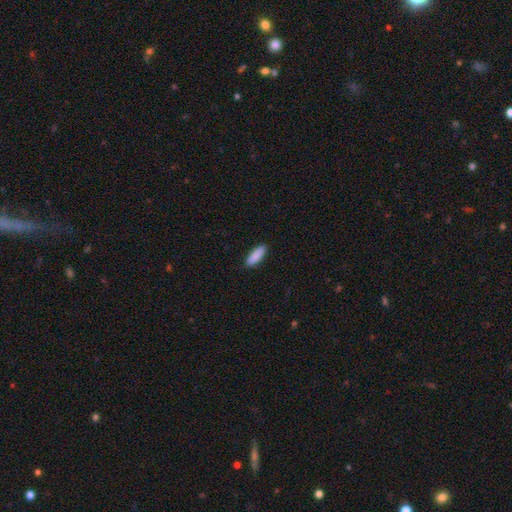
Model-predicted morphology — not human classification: Overall: smooth (90%). How rounded: in between (54%; cigar-shaped 44%). Merging: none (90%).